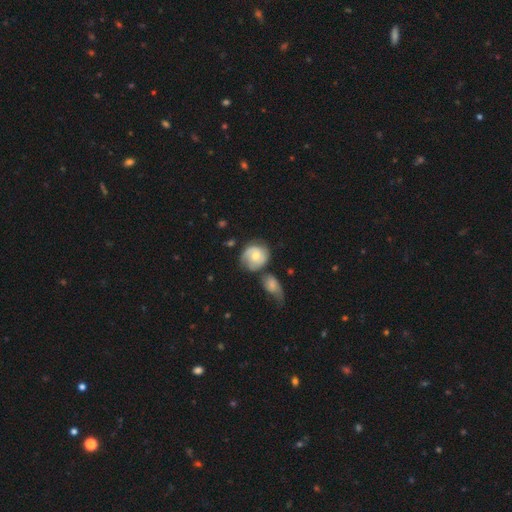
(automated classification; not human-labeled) Smooth or featured? Predicted: featured or disk (p=0.57). Edge-on disk? Predicted: no (p=0.97). Bar? Predicted: no (p=0.73). Spiral arms? Predicted: yes (p=0.79). Bulge size? Predicted: moderate (p=0.71). Merging? Predicted: none (p=0.46).